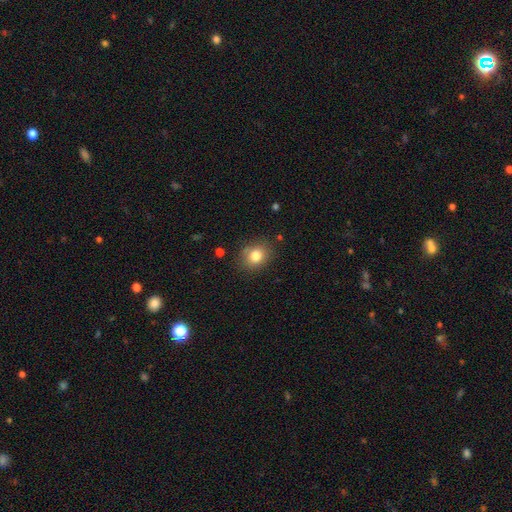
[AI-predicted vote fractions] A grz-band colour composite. It shows a smooth galaxy with no disk features (81%) that is round (66%). Merging: none (81%).